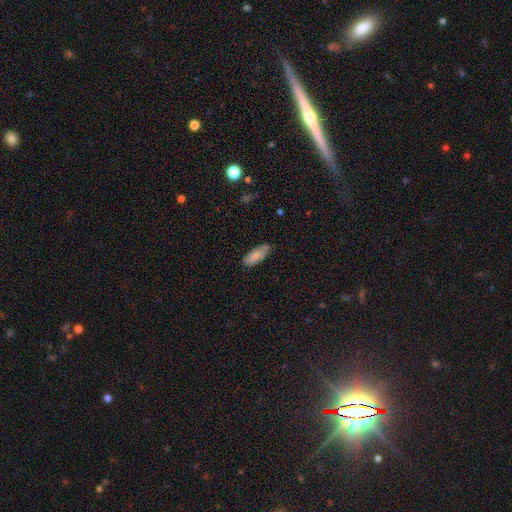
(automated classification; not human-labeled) Smooth or featured? Predicted: smooth (p=0.81). How rounded? Predicted: in between (p=0.78). Merging? Predicted: none (p=0.77).